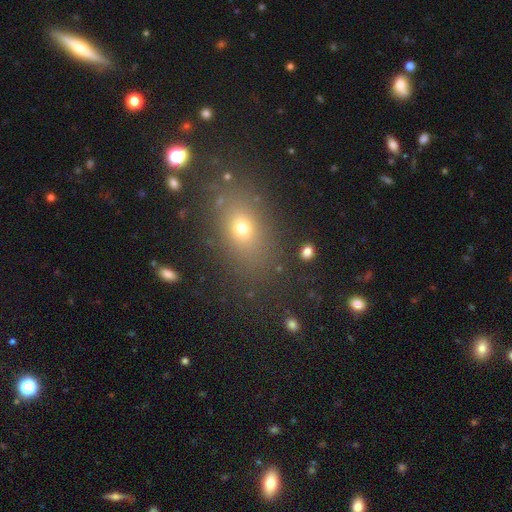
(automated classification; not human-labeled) Smooth or featured: smooth — 63% (star or artifact — 25%)
How rounded: in between — 68% (round — 29%)
Merging: none — 85% (minor disturbance — 9%)